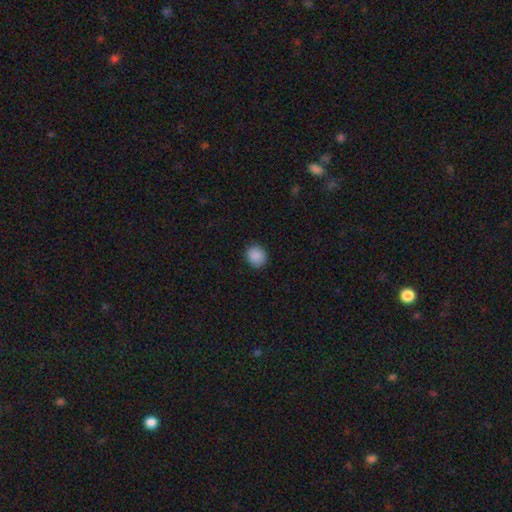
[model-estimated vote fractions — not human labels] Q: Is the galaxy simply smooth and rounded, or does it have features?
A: smooth — 88%.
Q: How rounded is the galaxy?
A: round — 73%.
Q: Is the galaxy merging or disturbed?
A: none — 88%.